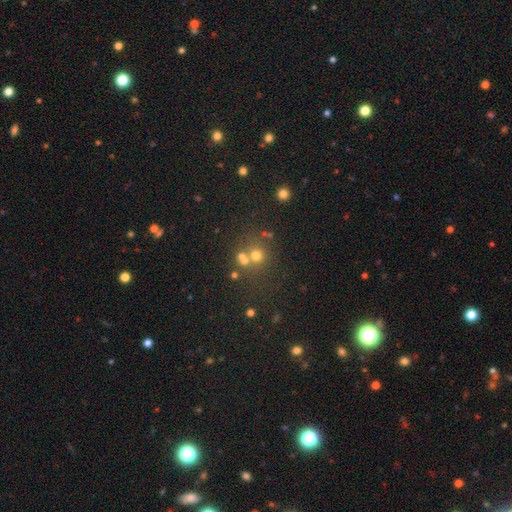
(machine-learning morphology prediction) Smooth or featured? smooth (60%)
How rounded? round (87%)
Merging? none (55%)